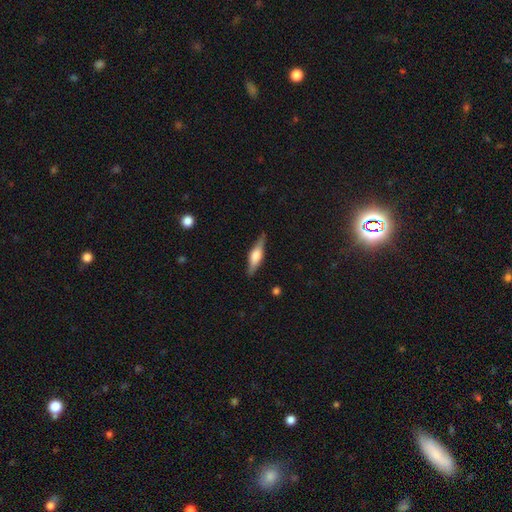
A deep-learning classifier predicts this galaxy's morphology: This is possibly a featured or disk galaxy (59%). It is clearly viewed edge-on (96%). Edge-on bulge: clearly rounded (80%). Merging: clearly none (87%).